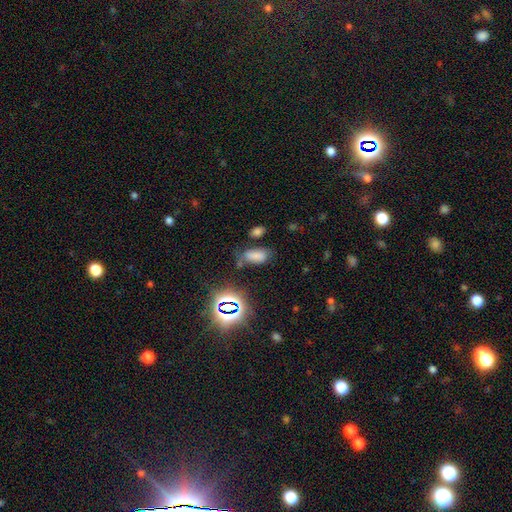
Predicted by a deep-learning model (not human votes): The model was most divided on "merging": none: 60%, minor disturbance: 22%, major disturbance: 9%, merger: 8%. More confident: how rounded — in between (89%); smooth or featured — smooth (69%).